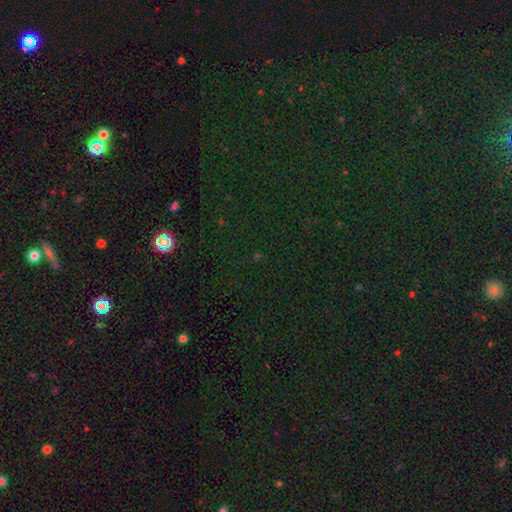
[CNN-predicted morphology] Smooth or featured? star or artifact (78%)